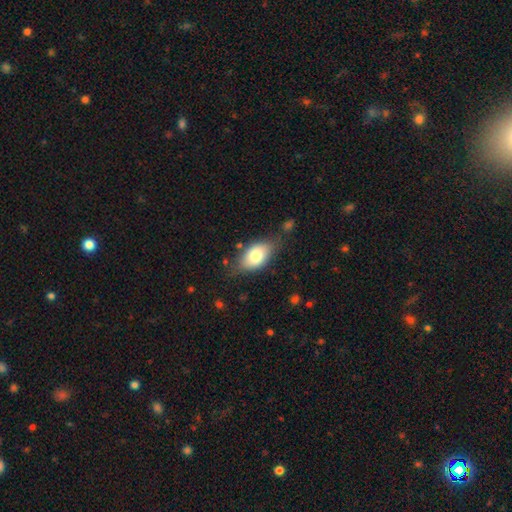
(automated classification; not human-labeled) Overall: smooth (75%). How rounded: in between (88%). Merging: none (67%).